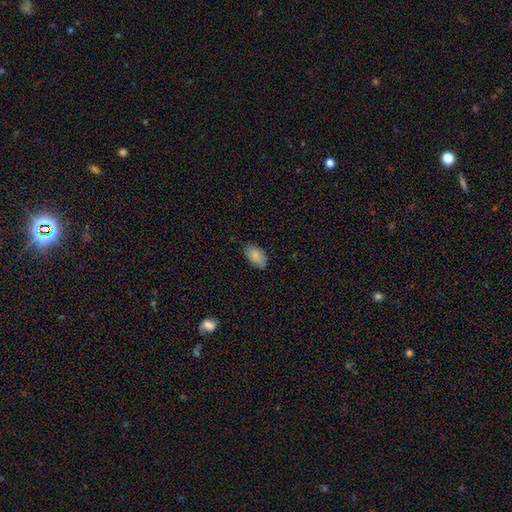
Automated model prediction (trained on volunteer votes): This is clearly a smooth galaxy (86%). How rounded: clearly in between (93%). Merging: likely none (78%).